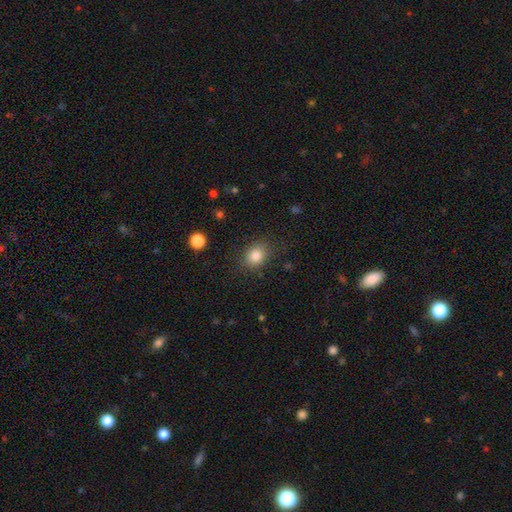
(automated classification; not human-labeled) smooth 84%, star or artifact 10%, featured or disk 7%. Down the decision tree: how rounded — in between (51%); merging — none (82%).